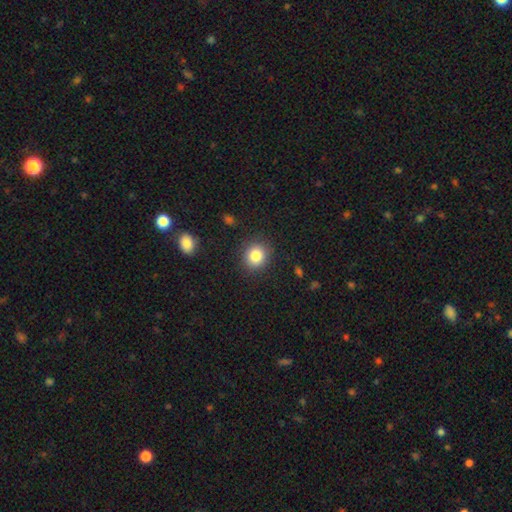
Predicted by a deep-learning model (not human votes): Morphology: type=smooth (84%); roundness=round (82%); merging=none (88%).